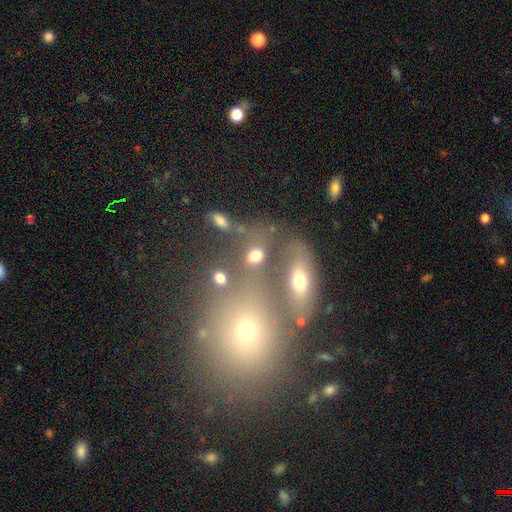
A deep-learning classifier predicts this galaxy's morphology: smooth 70%, star or artifact 15%, featured or disk 14%. Down the decision tree: how rounded — in between (58%); merging — none (44%).